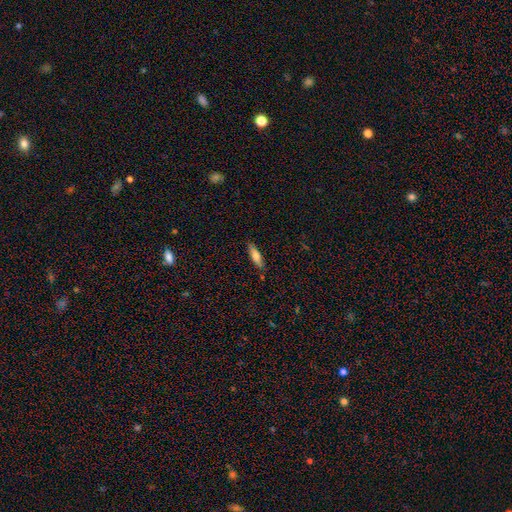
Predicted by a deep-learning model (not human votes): Morphology: type=smooth (66%); roundness=cigar-shaped (60%); merging=none (84%).